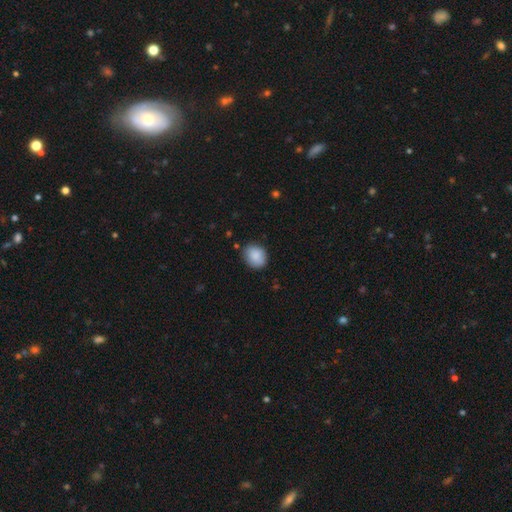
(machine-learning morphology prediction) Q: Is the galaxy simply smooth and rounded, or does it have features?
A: smooth — 89%.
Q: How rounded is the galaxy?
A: round — 57%.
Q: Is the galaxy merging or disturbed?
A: none — 82%.